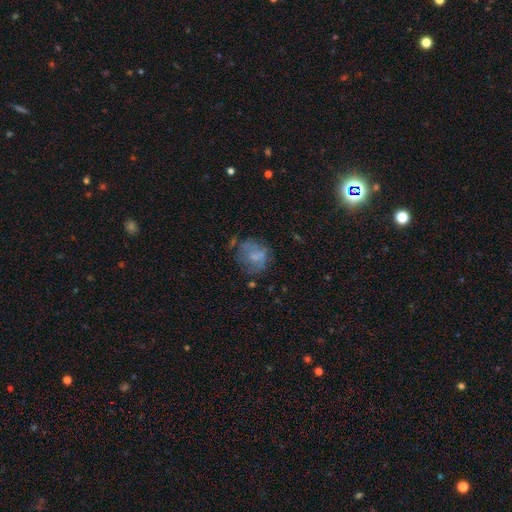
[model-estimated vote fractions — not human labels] A smooth galaxy with no disk features (50%). Merging: none (50%).